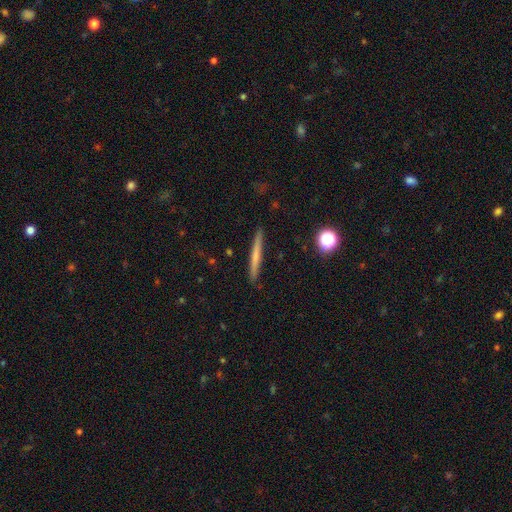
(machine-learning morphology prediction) type=smooth (56%); roundness=cigar-shaped (96%); merging=none (91%).